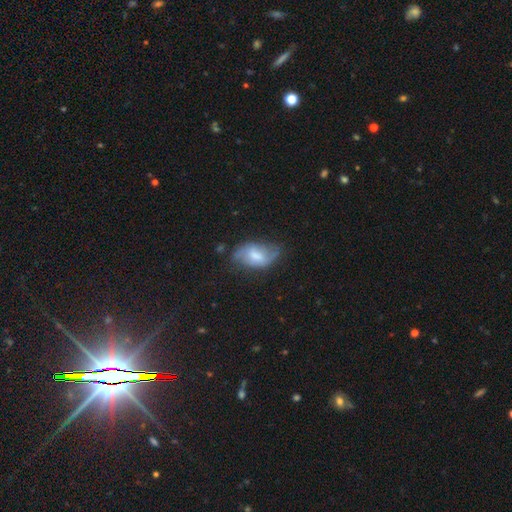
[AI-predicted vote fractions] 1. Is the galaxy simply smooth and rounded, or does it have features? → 51% featured or disk, 41% smooth, 7% star or artifact.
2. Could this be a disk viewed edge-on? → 94% no, 6% yes.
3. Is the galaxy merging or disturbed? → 54% none, 31% minor disturbance, 13% major disturbance, 2% merger.